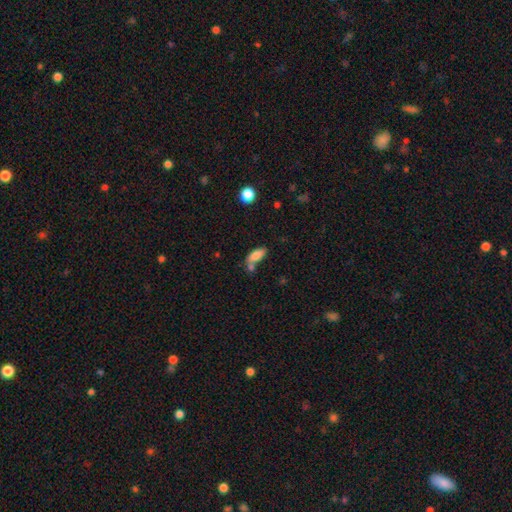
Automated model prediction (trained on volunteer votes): Morphology: type=smooth (81%); roundness=in between (82%); merging=none (48%).